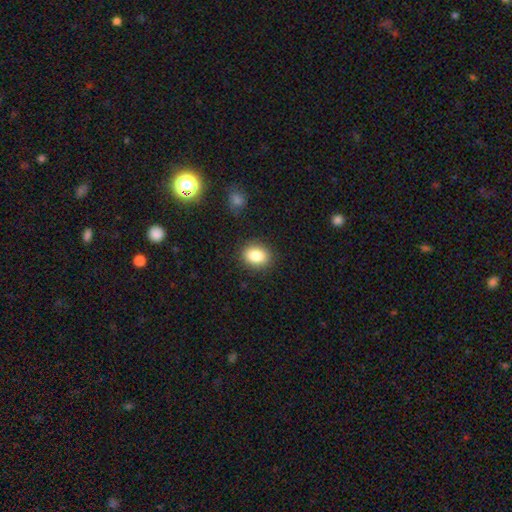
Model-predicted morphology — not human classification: Smooth or featured? Predicted: smooth (p=0.84). How rounded? Predicted: in between (p=0.56). Merging? Predicted: none (p=0.88).